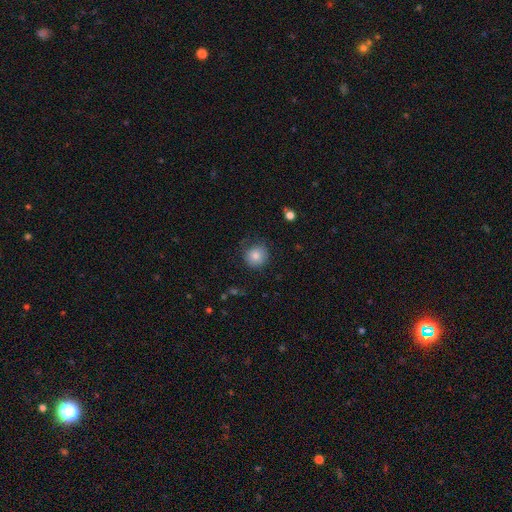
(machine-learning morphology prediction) Q: Smooth or featured?
A: smooth (81%); runner-up: star or artifact (10%)
Q: How rounded?
A: round (91%); runner-up: in between (8%)
Q: Merging?
A: none (77%); runner-up: minor disturbance (16%)